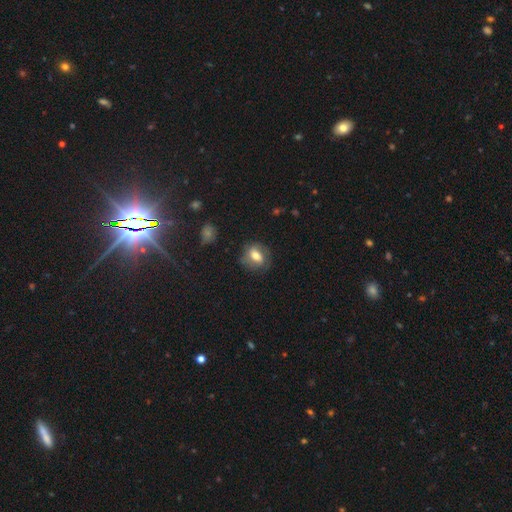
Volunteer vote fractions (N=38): Overall: smooth (61%; featured or disk 32%). How rounded: in between (70%). Merging: none (63%).